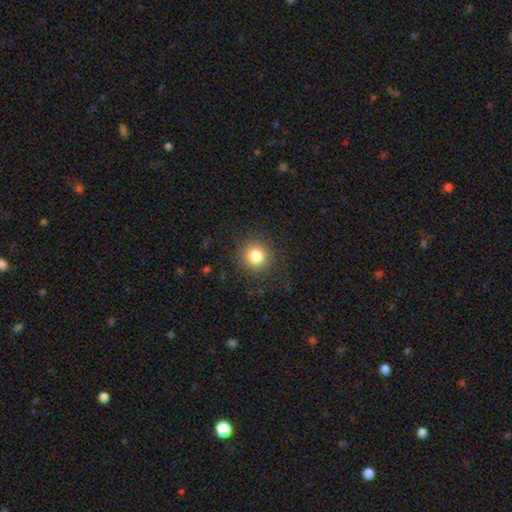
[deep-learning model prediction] Overall: smooth (82%). How rounded: round (91%). Merging: none (89%).